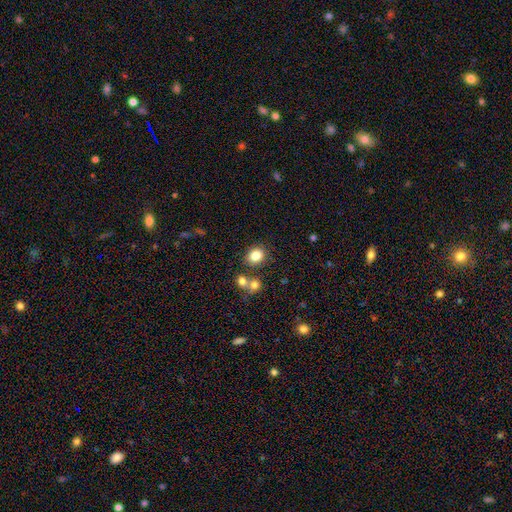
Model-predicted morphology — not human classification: A smooth galaxy with no disk features (83%) that is round (63%).

Vote fractions:
- Smooth or featured? smooth: 83% / star or artifact: 11% / featured or disk: 6%
- How rounded? round: 63% / in between: 36% / cigar-shaped: 1%
- Merging? none: 76% / merger: 11% / minor disturbance: 9% / major disturbance: 3%